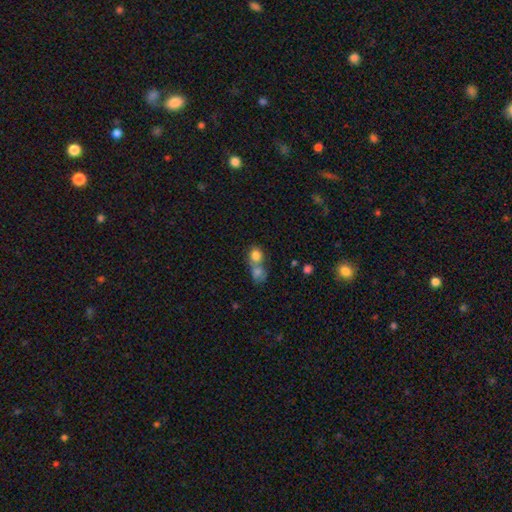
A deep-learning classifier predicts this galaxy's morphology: A smooth galaxy with no disk features (81%) that is round (74%).

Vote fractions:
- Smooth or featured? smooth: 81% / star or artifact: 10% / featured or disk: 10%
- How rounded? round: 74% / in between: 25% / cigar-shaped: 1%
- Merging? merger: 60% / none: 29% / minor disturbance: 7% / major disturbance: 4%